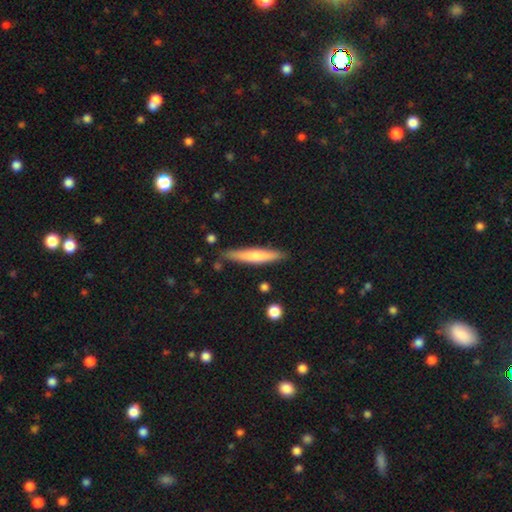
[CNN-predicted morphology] A smooth galaxy with no disk features (65%) that is cigar-shaped (91%).

Vote fractions:
- Smooth or featured? smooth: 65% / featured or disk: 30% / star or artifact: 5%
- How rounded? cigar-shaped: 91% / in between: 8% / round: 1%
- Merging? none: 85% / minor disturbance: 11% / merger: 2% / major disturbance: 2%